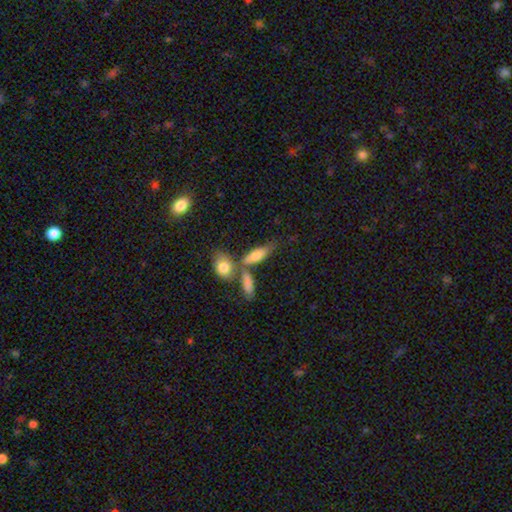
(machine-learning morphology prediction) A smooth galaxy with no disk features (75%) that is in between round and cigar-shaped (59%). Merging: none (47%).